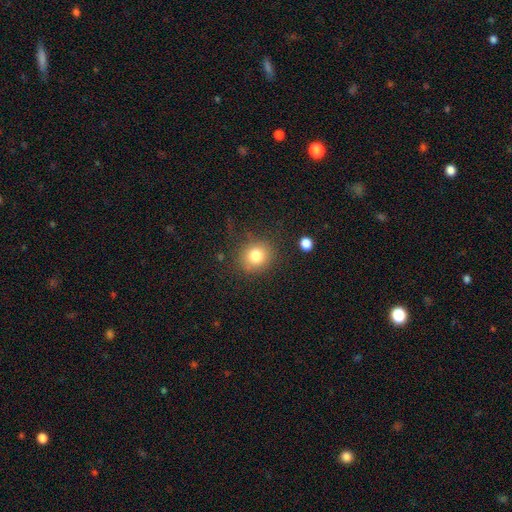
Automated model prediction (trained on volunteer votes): smooth 80%, star or artifact 11%, featured or disk 9%. Down the decision tree: how rounded — round (82%); merging — none (80%).